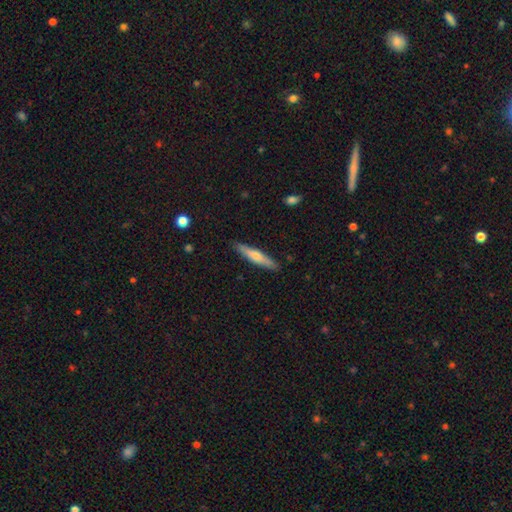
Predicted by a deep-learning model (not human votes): Q: Smooth or featured?
A: smooth (51%); runner-up: featured or disk (43%)
Q: How rounded?
A: cigar-shaped (91%); runner-up: in between (7%)
Q: Merging?
A: none (89%); runner-up: minor disturbance (8%)